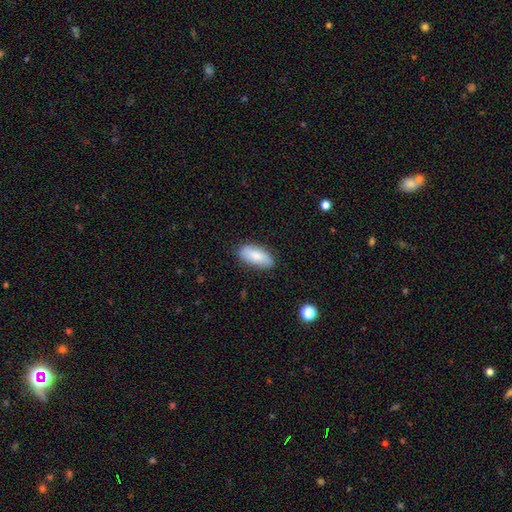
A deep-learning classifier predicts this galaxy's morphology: type=smooth (84%); roundness=in between (88%); merging=none (83%).